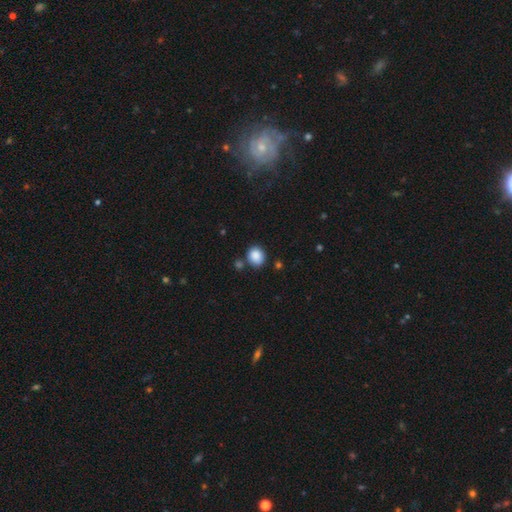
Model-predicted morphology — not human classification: A smooth galaxy with no disk features (88%) that is round (71%).

Vote fractions:
- Smooth or featured? smooth: 88% / star or artifact: 9% / featured or disk: 4%
- How rounded? round: 71% / in between: 28% / cigar-shaped: 1%
- Merging? none: 76% / minor disturbance: 12% / merger: 9% / major disturbance: 3%